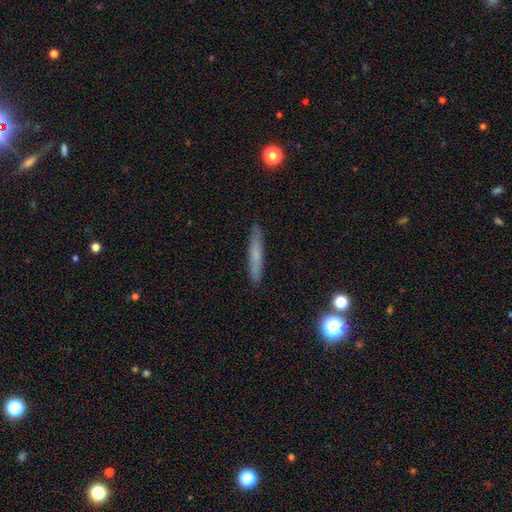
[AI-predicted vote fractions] Morphology: type=smooth (63%); roundness=cigar-shaped (93%); merging=none (89%).